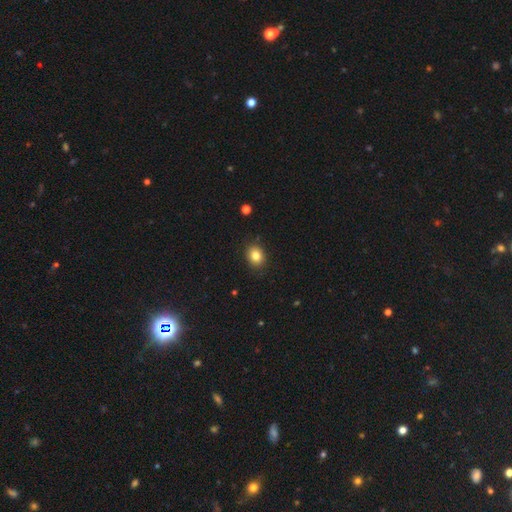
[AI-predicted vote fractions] Smooth or featured? smooth (84%)
How rounded? round (53%)
Merging? none (88%)